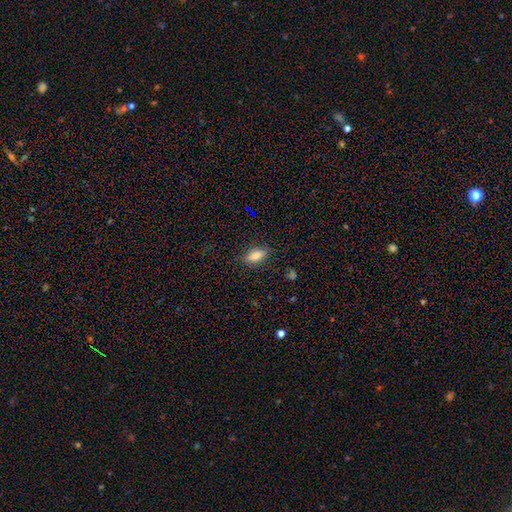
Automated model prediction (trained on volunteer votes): This is likely a smooth galaxy (77%). How rounded: likely in between (77%). Merging: clearly none (84%).